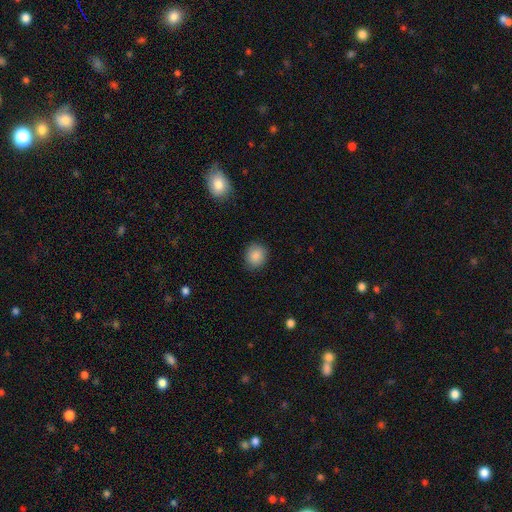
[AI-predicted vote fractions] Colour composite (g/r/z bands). It shows a smooth galaxy with no disk features (87%) that is round (74%). Merging: none (87%).